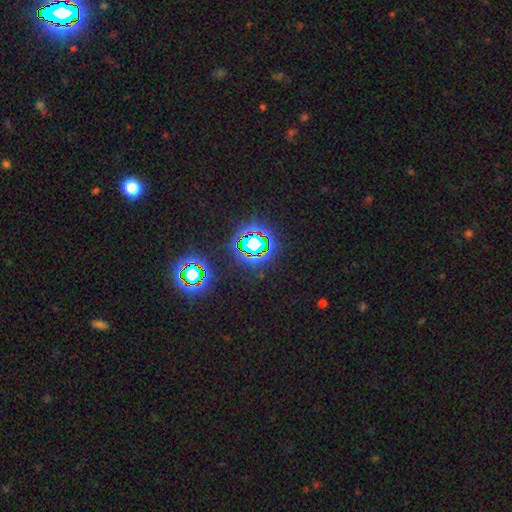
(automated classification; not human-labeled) A star or artifact, not a galaxy (79%).